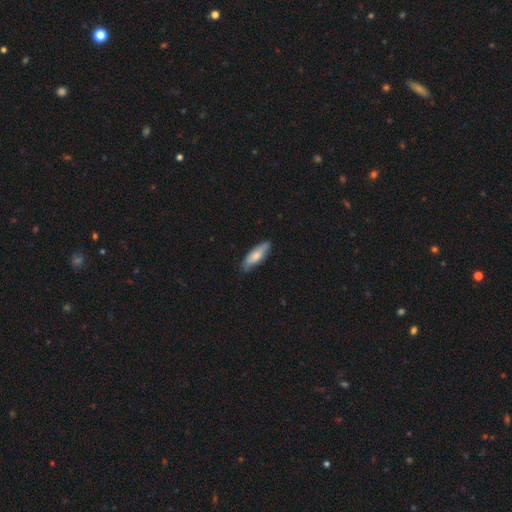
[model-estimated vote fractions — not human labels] A smooth galaxy with no disk features (68%) that is in between round and cigar-shaped (54%).

Vote fractions:
- Smooth or featured? smooth: 68% / featured or disk: 27% / star or artifact: 5%
- How rounded? in between: 54% / cigar-shaped: 44% / round: 2%
- Merging? none: 77% / minor disturbance: 19% / major disturbance: 3% / merger: 1%